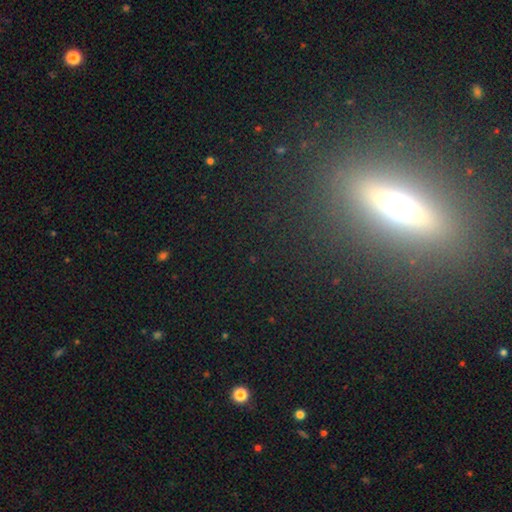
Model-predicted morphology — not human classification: Smooth or featured?
  - featured or disk: 47% *
  - smooth: 32%
  - star or artifact: 21%
Merging?
  - none: 86% *
  - minor disturbance: 8%
  - major disturbance: 4%
  - merger: 2%